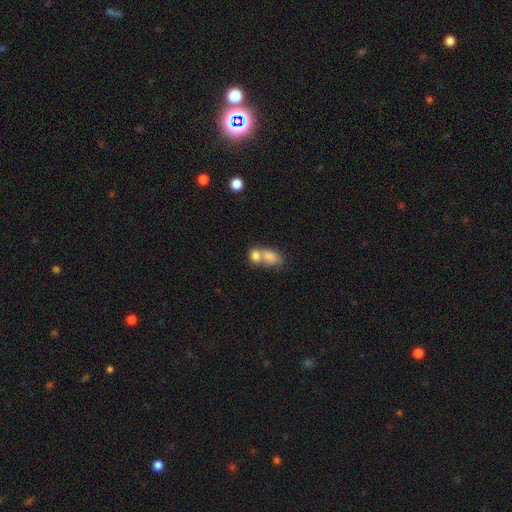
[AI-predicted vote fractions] smooth 78%, featured or disk 13%, star or artifact 8%. Down the decision tree: how rounded — in between (69%); merging — merger (68%).